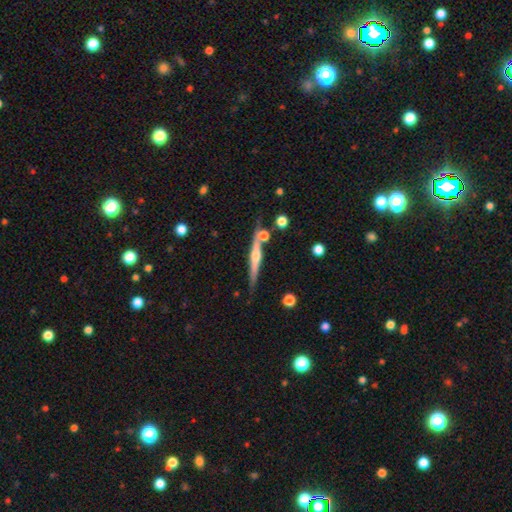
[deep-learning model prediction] Smooth or featured? Predicted: featured or disk (p=0.72). Edge-on disk? Predicted: yes (p=0.97). Edge-on bulge? Predicted: rounded (p=0.83). Merging? Predicted: none (p=0.75).